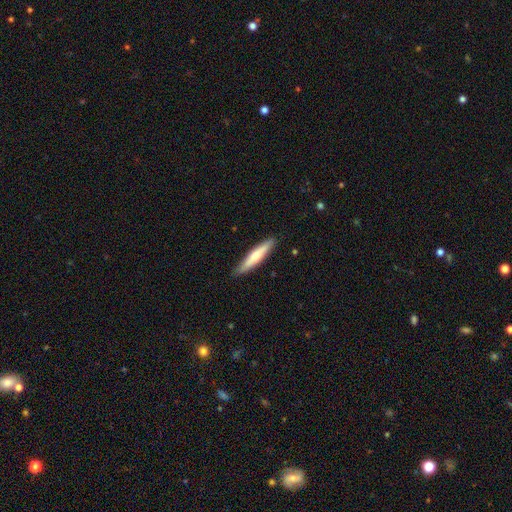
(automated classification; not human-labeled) A smooth galaxy with no disk features (55%) that is cigar-shaped (90%).

Vote fractions:
- Smooth or featured? smooth: 55% / featured or disk: 40% / star or artifact: 5%
- How rounded? cigar-shaped: 90% / in between: 9% / round: 1%
- Merging? none: 89% / minor disturbance: 9% / major disturbance: 2% / merger: 1%